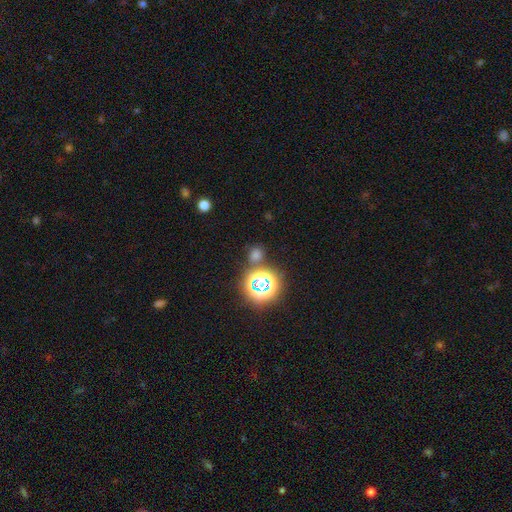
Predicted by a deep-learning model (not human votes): smooth_or_featured: smooth (p=0.49) [alt: star or artifact p=0.44]
merging: none (p=0.76) [alt: merger p=0.11]